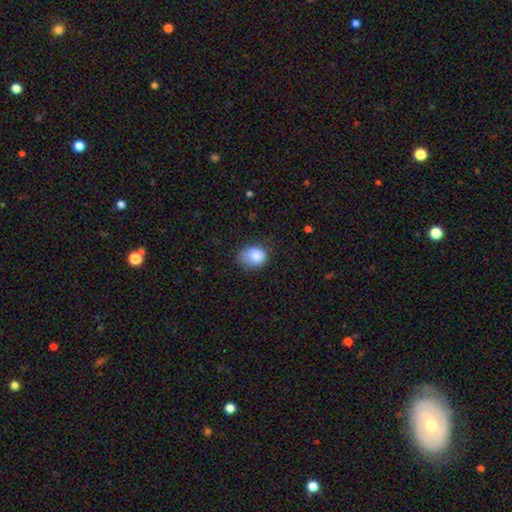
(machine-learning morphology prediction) Smooth or featured: smooth — 83% (featured or disk — 9%)
How rounded: in between — 60% (round — 39%)
Merging: none — 46% (minor disturbance — 37%)